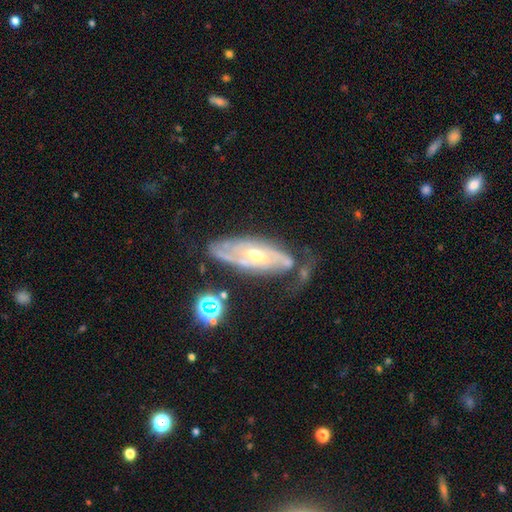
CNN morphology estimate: smooth_or_featured: featured or disk (p=0.82) [alt: smooth p=0.11]
disk_edge_on: no (p=0.87) [alt: yes p=0.13]
bar: no (p=0.42) [alt: weak p=0.41]
has_spiral_arms: yes (p=0.90) [alt: no p=0.10]
spiral_winding: tight (p=0.55) [alt: medium p=0.34]
spiral_arm_count: 2 (p=0.43) [alt: can't tell p=0.36]
bulge_size: moderate (p=0.59) [alt: small p=0.35]
merging: none (p=0.51) [alt: minor disturbance p=0.25]